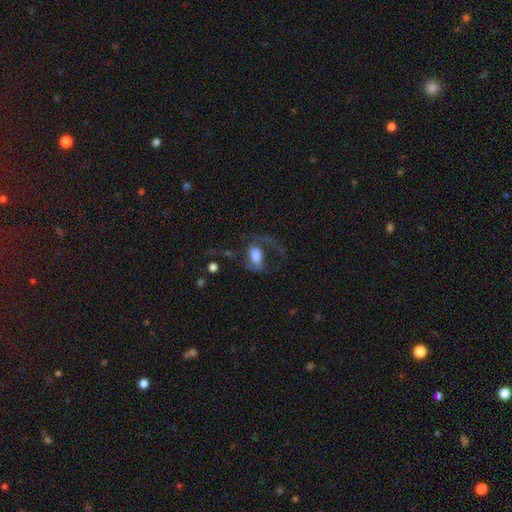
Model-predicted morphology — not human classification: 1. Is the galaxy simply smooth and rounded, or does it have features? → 61% featured or disk, 30% smooth, 8% star or artifact.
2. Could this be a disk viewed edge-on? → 96% no, 4% yes.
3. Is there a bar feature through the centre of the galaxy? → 47% no, 35% weak, 18% strong.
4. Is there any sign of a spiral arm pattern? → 82% yes, 18% no.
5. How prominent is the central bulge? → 39% large, 38% moderate, 10% small, 8% dominant, 4% none.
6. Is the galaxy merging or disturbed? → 41% major disturbance, 39% none, 15% minor disturbance, 5% merger.